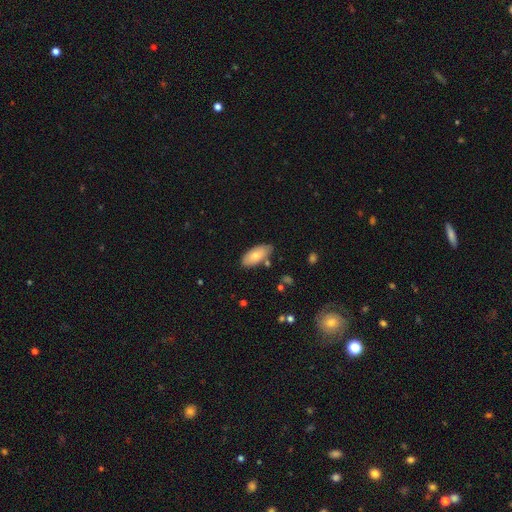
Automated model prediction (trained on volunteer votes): smooth-or-featured: smooth: 75% | featured or disk: 19% | star or artifact: 6%
  how-rounded: in between: 90% | cigar-shaped: 8% | round: 2%
  merging: none: 78% | minor disturbance: 16% | merger: 4% | major disturbance: 3%